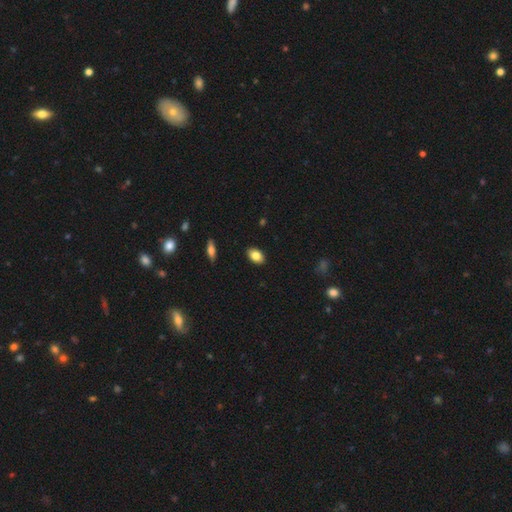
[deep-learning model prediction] A smooth galaxy with no disk features (84%) that is in between round and cigar-shaped (88%). Merging: none (90%).